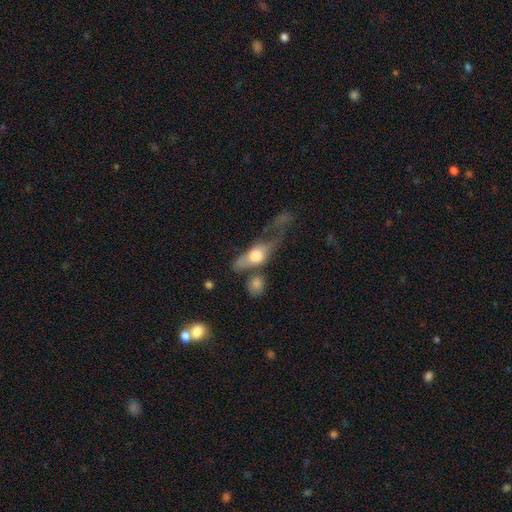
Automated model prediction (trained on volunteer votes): Q: Smooth or featured?
A: smooth (53%); runner-up: featured or disk (40%)
Q: How rounded?
A: in between (60%); runner-up: cigar-shaped (28%)
Q: Merging?
A: major disturbance (34%); runner-up: none (24%)